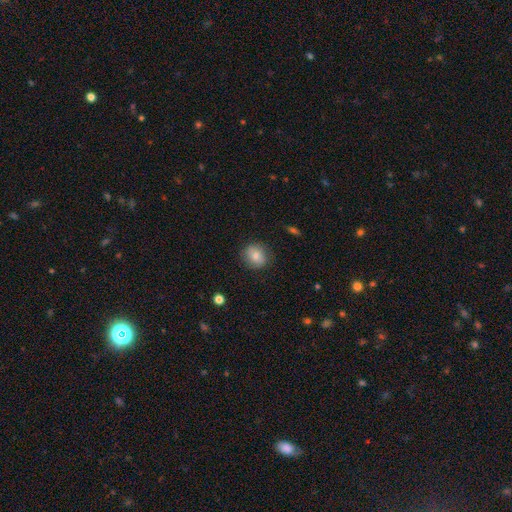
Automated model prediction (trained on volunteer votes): smooth_or_featured: smooth (p=0.79) [alt: featured or disk p=0.12]
how_rounded: round (p=0.73) [alt: in between p=0.25]
merging: none (p=0.84) [alt: minor disturbance p=0.12]